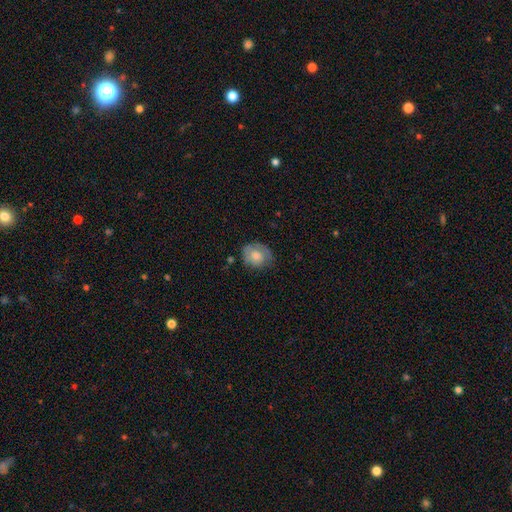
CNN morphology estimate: A smooth galaxy with no disk features (68%) that is round (64%).

Vote fractions:
- Smooth or featured? smooth: 68% / featured or disk: 25% / star or artifact: 7%
- How rounded? round: 64% / in between: 35% / cigar-shaped: 1%
- Merging? none: 61% / minor disturbance: 28% / major disturbance: 9% / merger: 2%